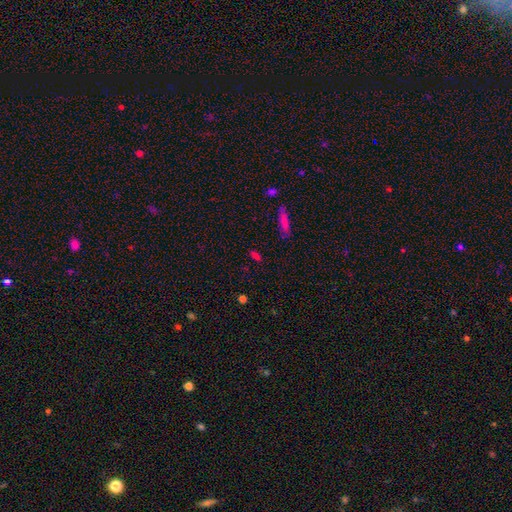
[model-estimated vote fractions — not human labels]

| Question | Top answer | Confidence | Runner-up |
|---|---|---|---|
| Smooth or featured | smooth | 64% | star or artifact (25%) |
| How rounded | in between | 62% | cigar-shaped (26%) |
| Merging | none | 80% | minor disturbance (12%) |